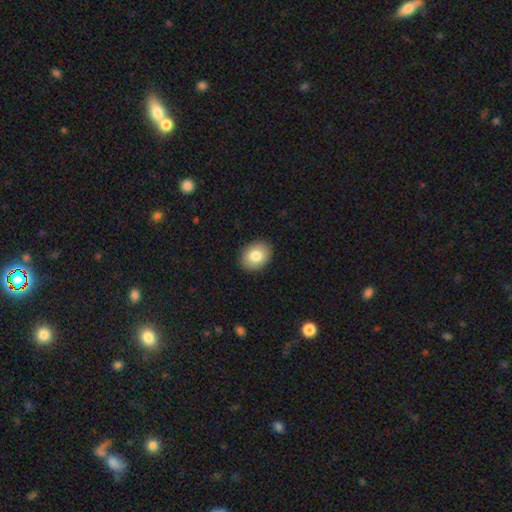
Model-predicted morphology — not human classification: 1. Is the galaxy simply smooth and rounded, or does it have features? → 81% smooth, 11% featured or disk, 8% star or artifact.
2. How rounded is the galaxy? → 63% in between, 36% round, 1% cigar-shaped.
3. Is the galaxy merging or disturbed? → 90% none, 7% minor disturbance, 2% major disturbance, 1% merger.